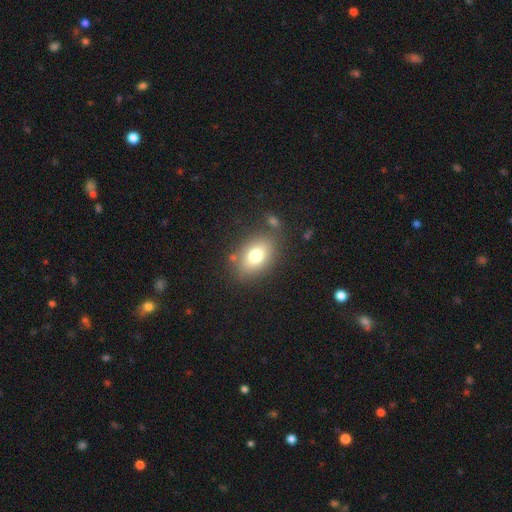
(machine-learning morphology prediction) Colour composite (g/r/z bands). It shows a smooth galaxy with no disk features (77%) that is in between round and cigar-shaped (80%). Merging: none (76%).